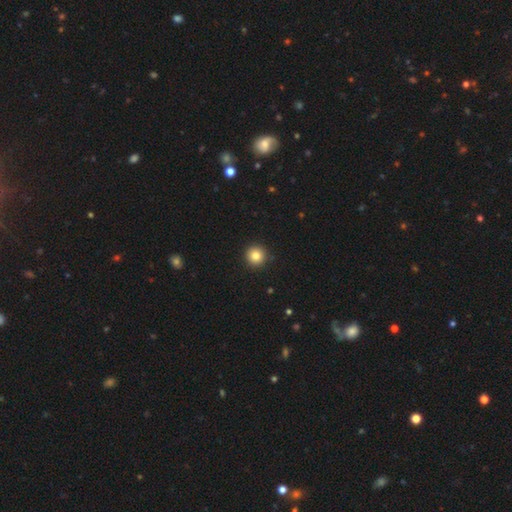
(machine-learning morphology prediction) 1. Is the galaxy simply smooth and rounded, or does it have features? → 83% smooth, 11% star or artifact, 6% featured or disk.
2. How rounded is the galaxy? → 95% round, 4% in between, 1% cigar-shaped.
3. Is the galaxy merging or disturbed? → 93% none, 5% minor disturbance, 2% major disturbance, 1% merger.